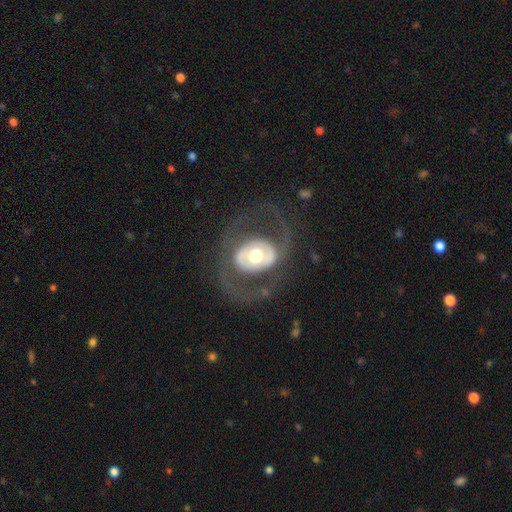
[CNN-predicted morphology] Q: Smooth or featured?
A: featured or disk (73%); runner-up: smooth (22%)
Q: Edge-on disk?
A: no (95%); runner-up: yes (5%)
Q: Bar?
A: no (68%); runner-up: weak (20%)
Q: Spiral arms?
A: yes (52%); runner-up: no (48%)
Q: Bulge size?
A: moderate (60%); runner-up: large (31%)
Q: Merging?
A: none (69%); runner-up: major disturbance (19%)